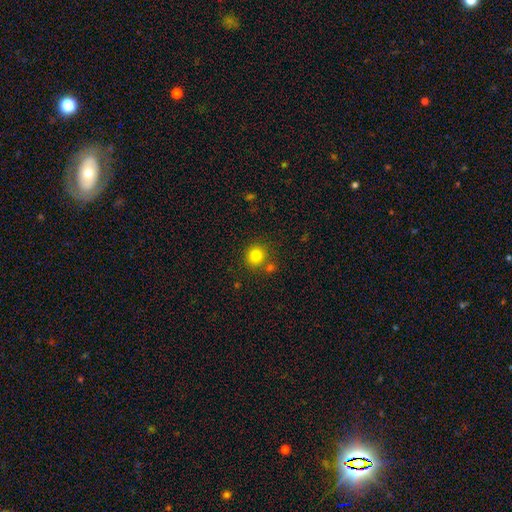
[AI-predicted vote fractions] Morphology: type=smooth (83%); roundness=round (90%); merging=none (76%).